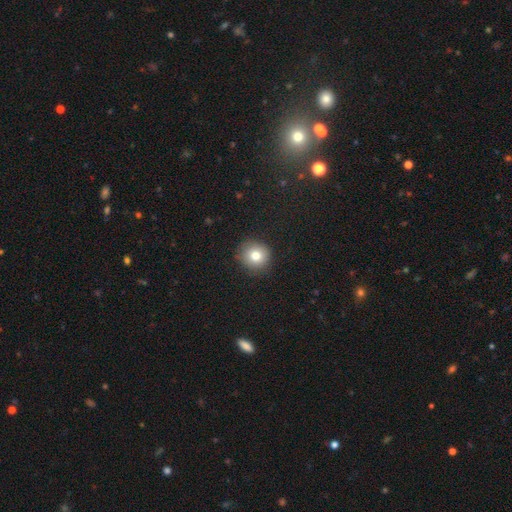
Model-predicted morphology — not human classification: The model was most divided on "smooth or featured": smooth: 79%, star or artifact: 11%, featured or disk: 10%. More confident: how rounded — round (92%); merging — none (88%).